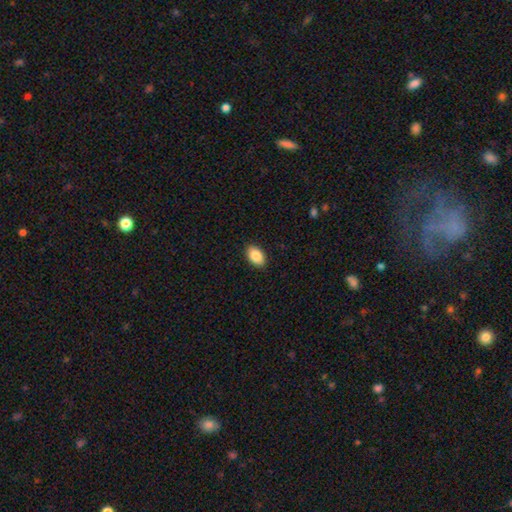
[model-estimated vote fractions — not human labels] Q: Smooth or featured?
A: smooth (87%); runner-up: star or artifact (7%)
Q: How rounded?
A: in between (91%); runner-up: round (8%)
Q: Merging?
A: none (90%); runner-up: minor disturbance (8%)